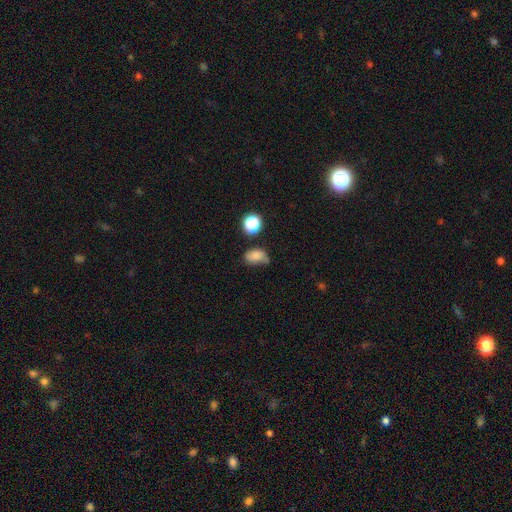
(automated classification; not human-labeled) smooth_or_featured: smooth (p=0.74) [alt: star or artifact p=0.13]
how_rounded: in between (p=0.79) [alt: round p=0.19]
merging: none (p=0.43) [alt: minor disturbance p=0.37]